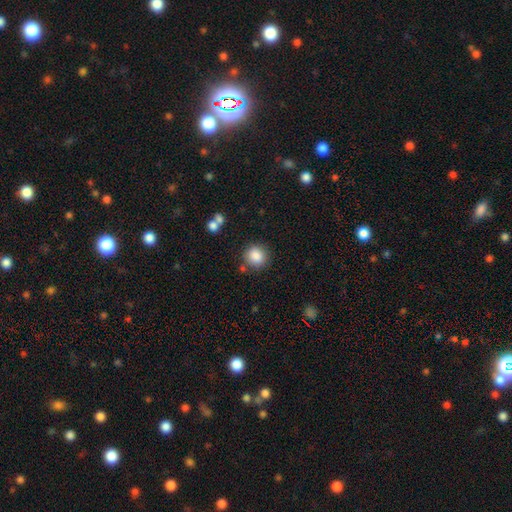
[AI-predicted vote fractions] A smooth galaxy with no disk features (87%) that is round (87%).

Vote fractions:
- Smooth or featured? smooth: 87% / star or artifact: 9% / featured or disk: 5%
- How rounded? round: 87% / in between: 12% / cigar-shaped: 1%
- Merging? none: 81% / minor disturbance: 10% / merger: 5% / major disturbance: 3%